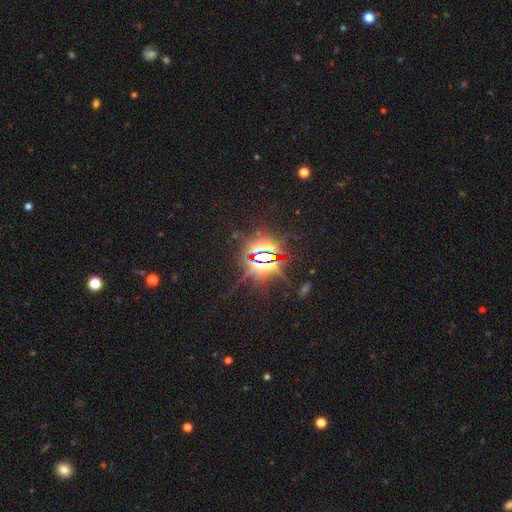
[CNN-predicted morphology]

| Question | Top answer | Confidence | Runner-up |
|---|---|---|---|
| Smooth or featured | star or artifact | 87% | smooth (7%) |